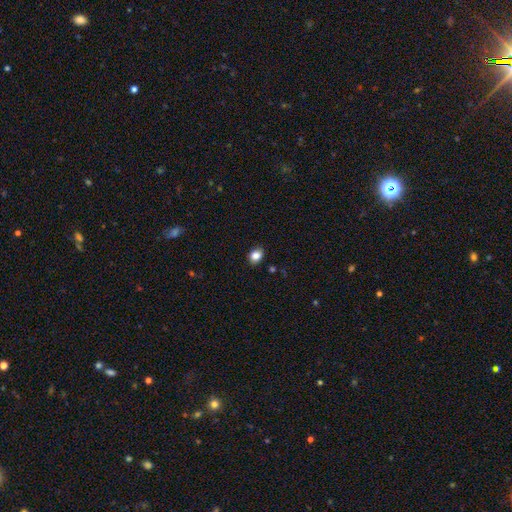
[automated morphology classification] A smooth galaxy with no disk features (84%) that is round (51%).

Vote fractions:
- Smooth or featured? smooth: 84% / star or artifact: 11% / featured or disk: 6%
- How rounded? round: 51% / in between: 48% / cigar-shaped: 1%
- Merging? none: 87% / minor disturbance: 10% / major disturbance: 2% / merger: 1%